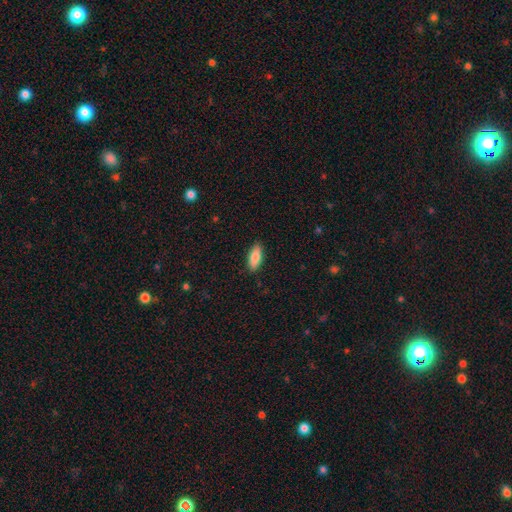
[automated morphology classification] A smooth galaxy with no disk features (85%) that is in between round and cigar-shaped (80%). Merging: none (88%).